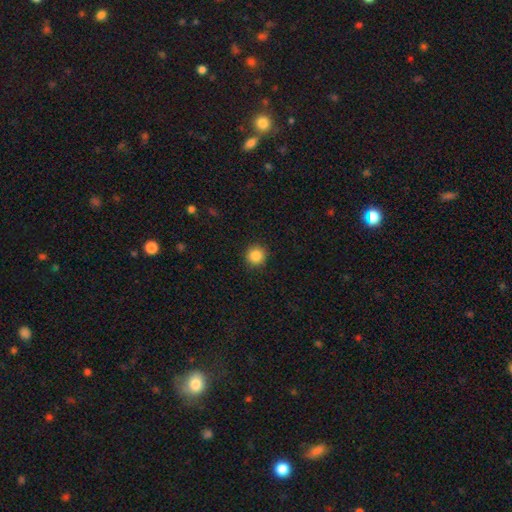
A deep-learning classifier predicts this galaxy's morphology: This is clearly a smooth galaxy (87%). How rounded: clearly round (95%). Merging: clearly none (92%).